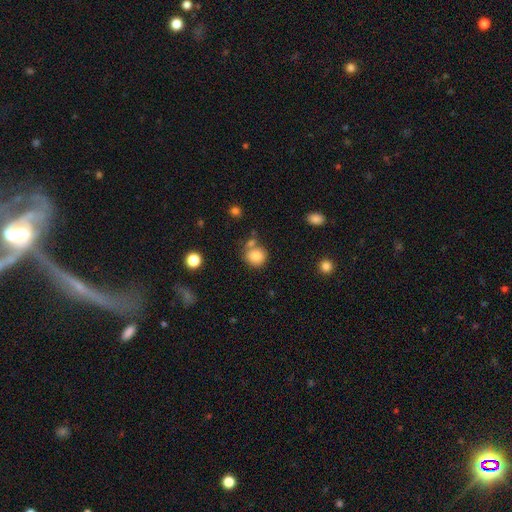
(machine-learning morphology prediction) smooth 83%, star or artifact 10%, featured or disk 7%. Down the decision tree: how rounded — round (82%); merging — none (64%).